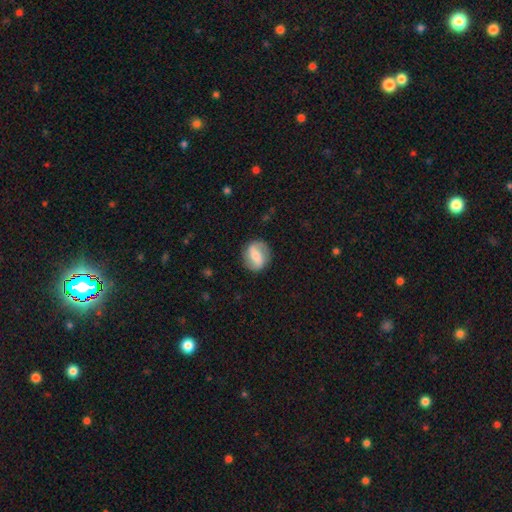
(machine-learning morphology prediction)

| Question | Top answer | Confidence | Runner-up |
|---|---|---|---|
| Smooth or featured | featured or disk | 61% | smooth (33%) |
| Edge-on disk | no | 95% | yes (5%) |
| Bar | strong | 46% | weak (36%) |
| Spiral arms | yes | 80% | no (20%) |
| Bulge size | moderate | 48% | small (40%) |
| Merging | none | 85% | minor disturbance (10%) |